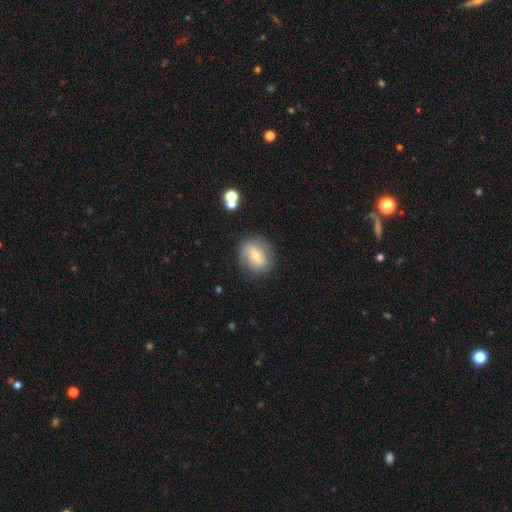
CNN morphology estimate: Overall: smooth (46%, tied with featured or disk). Merging: none (76%).